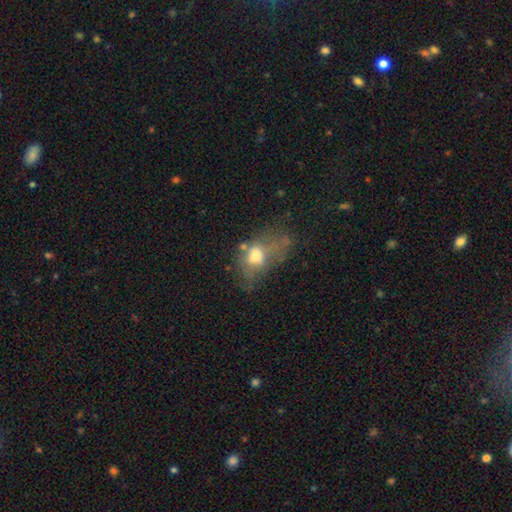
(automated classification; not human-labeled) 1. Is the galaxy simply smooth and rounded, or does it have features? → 54% smooth, 34% featured or disk, 12% star or artifact.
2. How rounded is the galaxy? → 78% in between, 19% round, 3% cigar-shaped.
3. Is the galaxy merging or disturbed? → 37% major disturbance, 28% none, 24% minor disturbance, 11% merger.